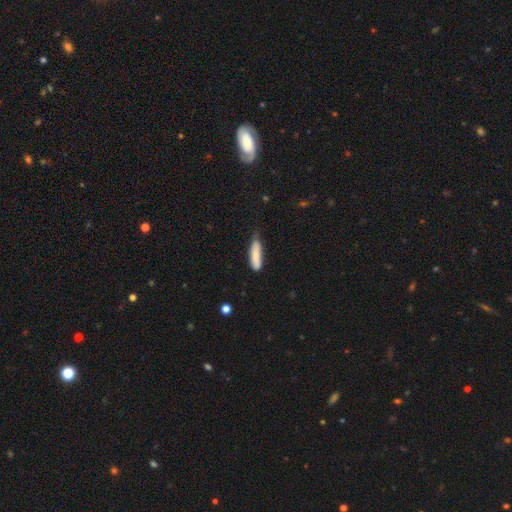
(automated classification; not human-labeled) This appears to be a smooth galaxy with no disk features (78%) that is cigar-shaped (66%). Merging: none (54%).